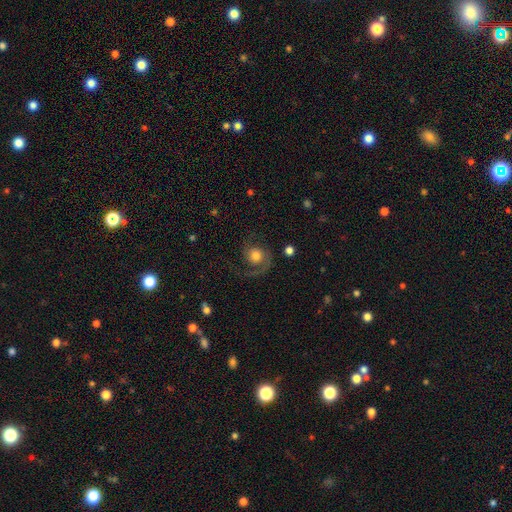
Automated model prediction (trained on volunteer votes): This appears to be a featured or disk galaxy (75%) with no bar (75%), 2 (67%) medium (48%) spiral arms (96%) and a moderate central bulge (54%). Merging: none (69%).